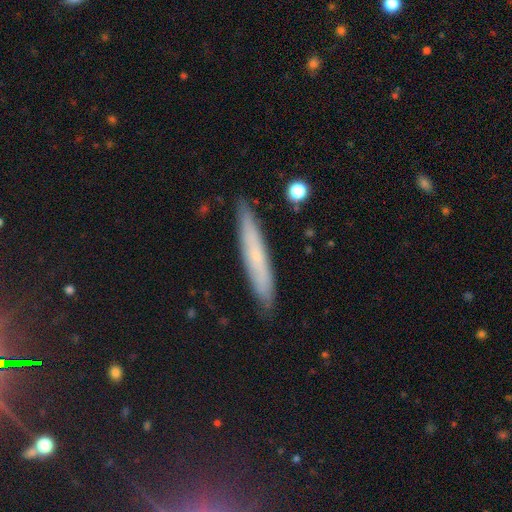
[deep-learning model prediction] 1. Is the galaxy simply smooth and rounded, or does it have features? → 55% smooth, 37% featured or disk, 8% star or artifact.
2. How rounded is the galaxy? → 93% cigar-shaped, 5% in between, 1% round.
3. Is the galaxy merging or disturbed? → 88% none, 9% minor disturbance, 2% major disturbance, 1% merger.